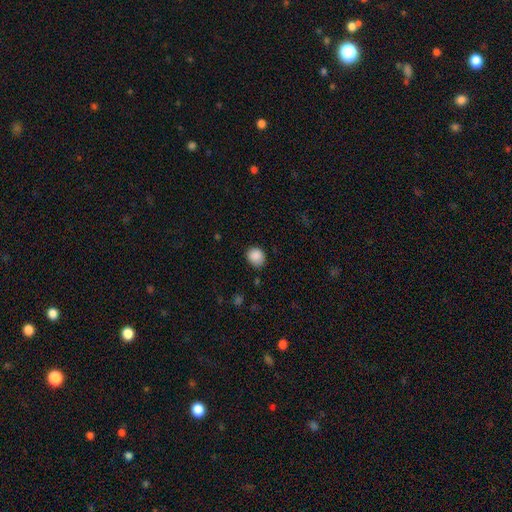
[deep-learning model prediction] Smooth or featured? Predicted: smooth (p=0.88). How rounded? Predicted: round (p=0.66). Merging? Predicted: none (p=0.77).